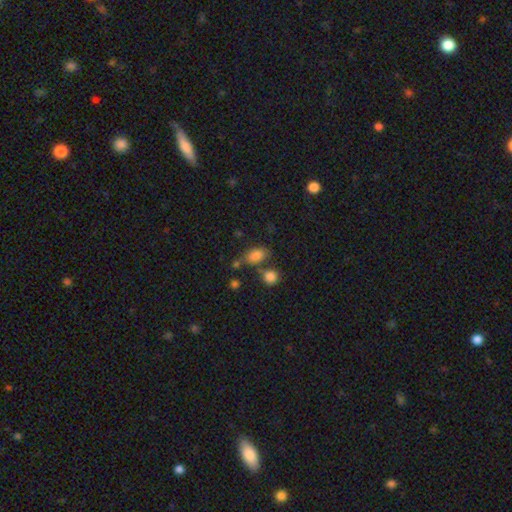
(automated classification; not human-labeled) The model was most divided on "merging": none: 56%, merger: 20%, minor disturbance: 17%, major disturbance: 7%. More confident: how rounded — in between (86%); smooth or featured — smooth (82%).